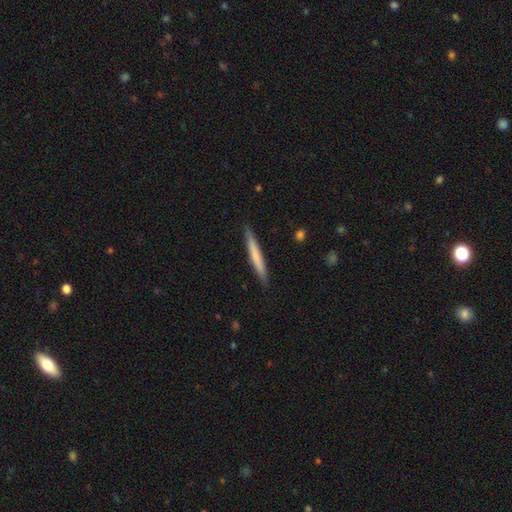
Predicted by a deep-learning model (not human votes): smooth 65%, featured or disk 30%, star or artifact 5%. Down the decision tree: how rounded — cigar-shaped (96%); merging — none (91%).